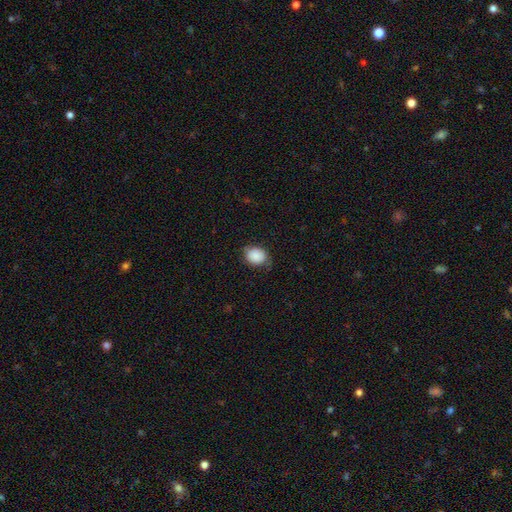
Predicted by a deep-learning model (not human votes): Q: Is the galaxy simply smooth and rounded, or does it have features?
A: smooth — 88%.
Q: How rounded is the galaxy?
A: round — 50%.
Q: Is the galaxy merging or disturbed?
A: none — 74%.